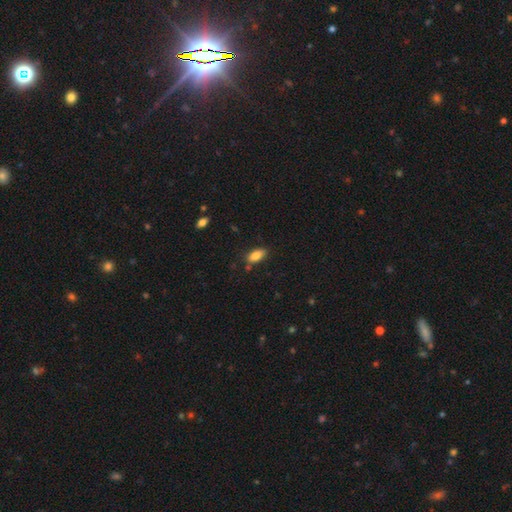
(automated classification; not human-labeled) smooth-or-featured: smooth: 82% | featured or disk: 10% | star or artifact: 8%
  how-rounded: in between: 87% | cigar-shaped: 10% | round: 3%
  merging: none: 76% | minor disturbance: 17% | merger: 5% | major disturbance: 3%